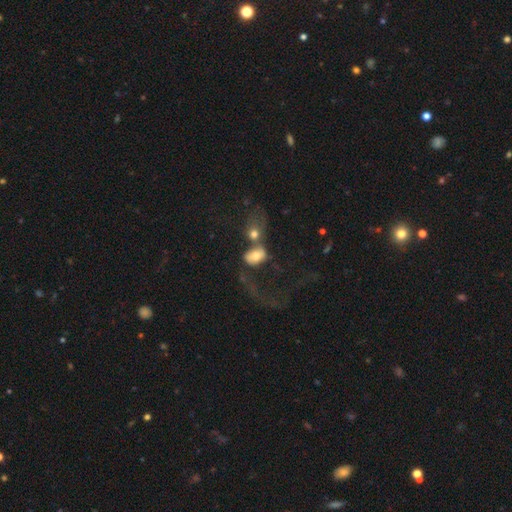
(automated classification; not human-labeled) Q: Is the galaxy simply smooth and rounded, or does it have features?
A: smooth — 59%.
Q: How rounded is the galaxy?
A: in between — 69%.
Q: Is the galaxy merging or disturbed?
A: merger — 61%.